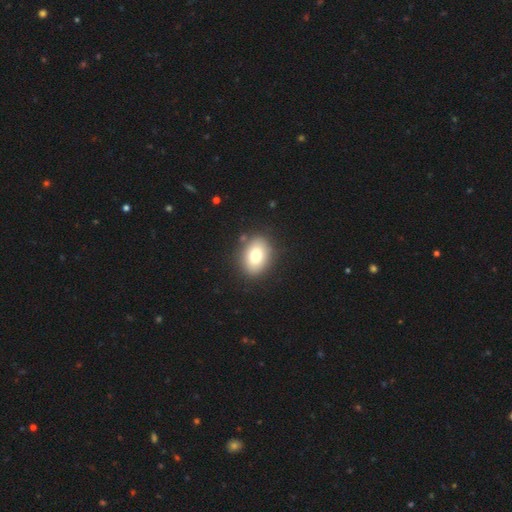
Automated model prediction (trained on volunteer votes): This appears to be a smooth galaxy with no disk features (77%) that is in between round and cigar-shaped (71%). Merging: none (86%).